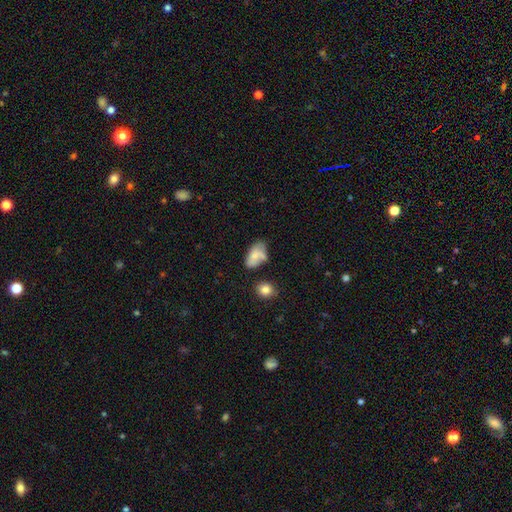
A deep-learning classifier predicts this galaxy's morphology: Smooth or featured? Predicted: smooth (p=0.69). How rounded? Predicted: in between (p=0.90). Merging? Predicted: none (p=0.39).